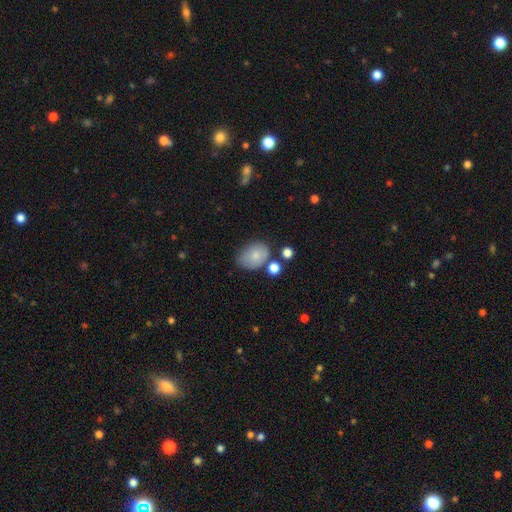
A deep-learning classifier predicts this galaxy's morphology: smooth_or_featured: smooth (p=0.78) [alt: featured or disk p=0.14]
how_rounded: in between (p=0.75) [alt: round p=0.24]
merging: none (p=0.59) [alt: minor disturbance p=0.24]